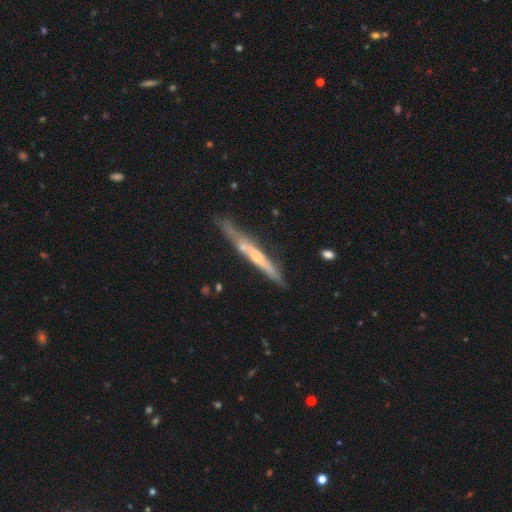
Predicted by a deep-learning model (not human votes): This appears to be a featured or disk galaxy (57%) viewed edge-on (92%) with no central bulge (63%). Merging: none (73%).